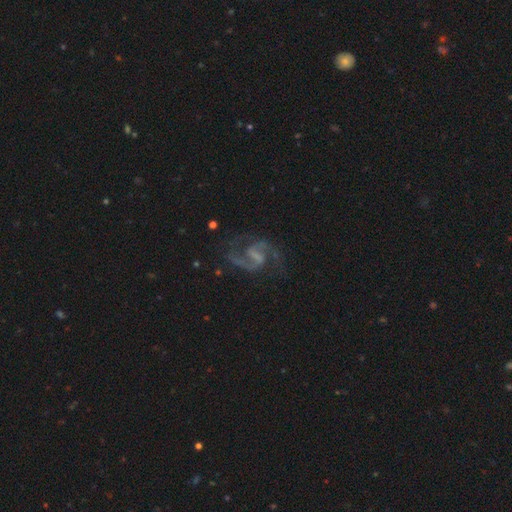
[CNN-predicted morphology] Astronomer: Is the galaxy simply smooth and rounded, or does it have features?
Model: featured or disk — 90%.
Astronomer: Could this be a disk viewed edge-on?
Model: no — 98%.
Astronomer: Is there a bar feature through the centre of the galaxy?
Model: weak — 52% (runner-up: strong, 31%).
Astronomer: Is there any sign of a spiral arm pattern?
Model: yes — 97%.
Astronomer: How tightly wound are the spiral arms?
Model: medium — 56% (runner-up: loose, 35%).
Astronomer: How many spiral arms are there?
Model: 2 — 93%.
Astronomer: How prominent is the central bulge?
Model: none — 55%.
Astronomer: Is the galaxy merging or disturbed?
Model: none — 72%.